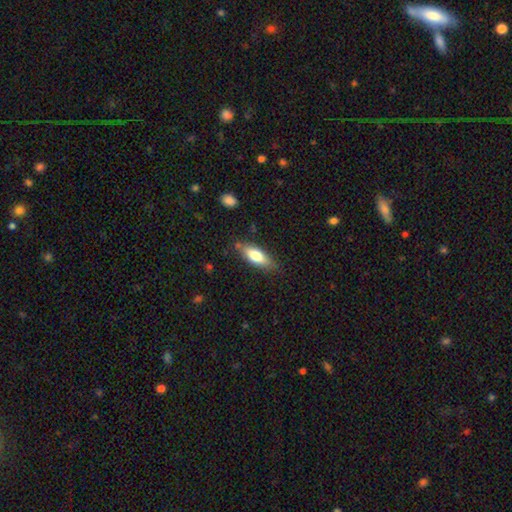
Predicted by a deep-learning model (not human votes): smooth_or_featured: smooth (p=0.74) [alt: featured or disk p=0.20]
how_rounded: in between (p=0.68) [alt: cigar-shaped p=0.30]
merging: none (p=0.78) [alt: minor disturbance p=0.16]